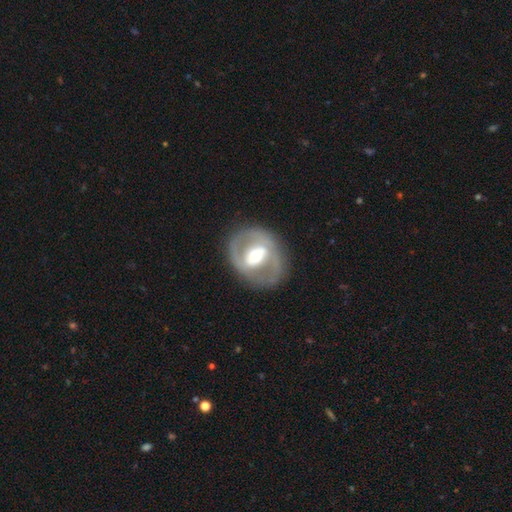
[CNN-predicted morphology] Smooth or featured? Predicted: featured or disk (p=0.70). Edge-on disk? Predicted: no (p=0.95). Bar? Predicted: weak (p=0.36). Spiral arms? Predicted: no (p=0.51). Bulge size? Predicted: moderate (p=0.66). Merging? Predicted: none (p=0.78).